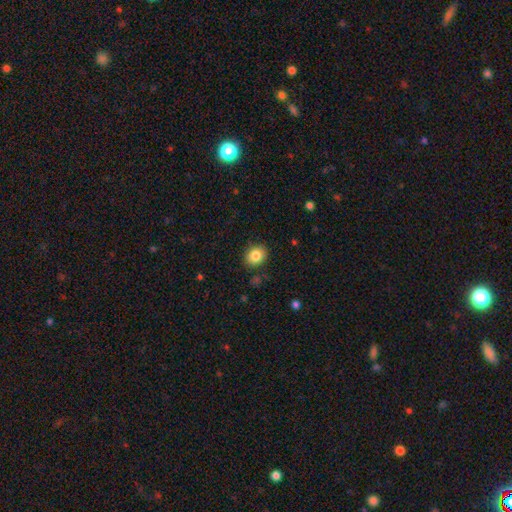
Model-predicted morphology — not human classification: type=smooth (84%); roundness=round (54%); merging=none (87%).